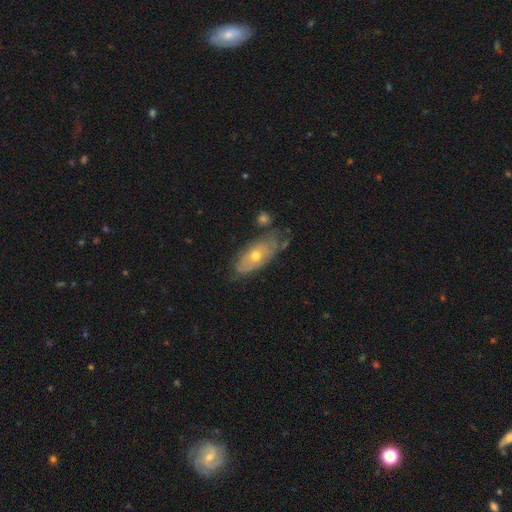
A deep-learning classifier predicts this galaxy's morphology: A featured or disk galaxy (60%).

Vote fractions:
- Smooth or featured? featured or disk: 60% / smooth: 33% / star or artifact: 7%
- Edge-on disk? no: 82% / yes: 18%
- Merging? none: 57% / minor disturbance: 29% / major disturbance: 9% / merger: 6%